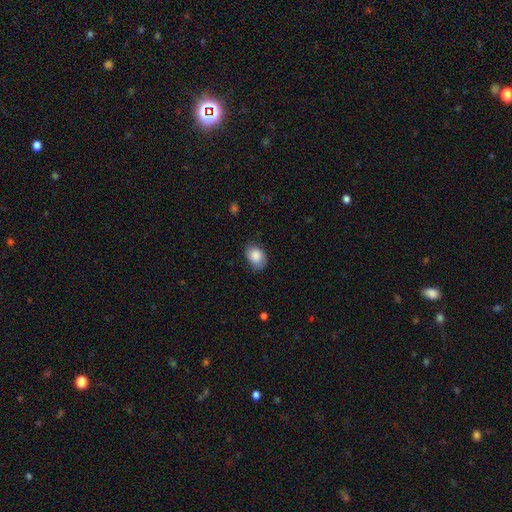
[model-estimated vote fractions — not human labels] Smooth or featured: smooth — 82% (featured or disk — 11%)
How rounded: in between — 72% (round — 27%)
Merging: none — 71% (minor disturbance — 23%)